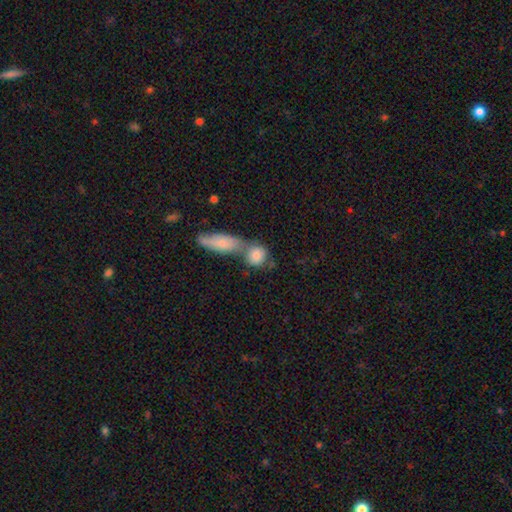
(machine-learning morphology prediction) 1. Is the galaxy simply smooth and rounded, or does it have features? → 79% smooth, 13% featured or disk, 8% star or artifact.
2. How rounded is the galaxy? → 67% round, 26% in between, 7% cigar-shaped.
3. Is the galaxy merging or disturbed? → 47% merger, 40% none, 9% minor disturbance, 4% major disturbance.